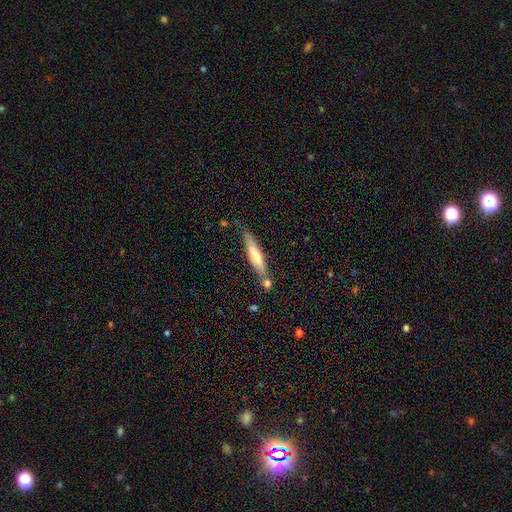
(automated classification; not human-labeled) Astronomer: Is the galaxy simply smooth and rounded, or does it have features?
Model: smooth — 54% (runner-up: featured or disk, 41%).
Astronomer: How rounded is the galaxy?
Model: cigar-shaped — 87%.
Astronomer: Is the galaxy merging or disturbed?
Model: none — 69%.